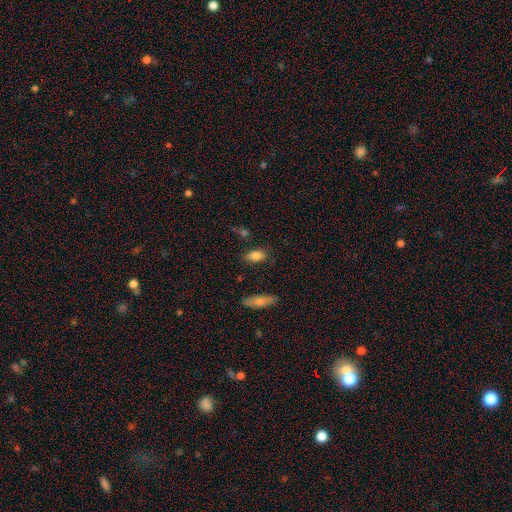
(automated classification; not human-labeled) A smooth galaxy with no disk features (82%) that is in between round and cigar-shaped (87%). Merging: none (79%).